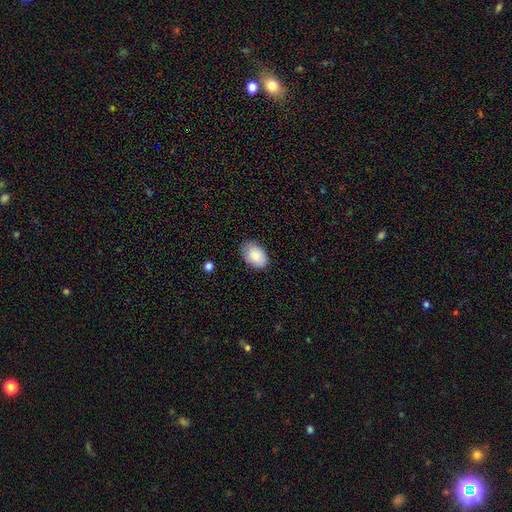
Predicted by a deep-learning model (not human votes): The model was most divided on "merging": none: 80%, minor disturbance: 16%, major disturbance: 3%, merger: 1%. More confident: how rounded — in between (86%); smooth or featured — smooth (86%).